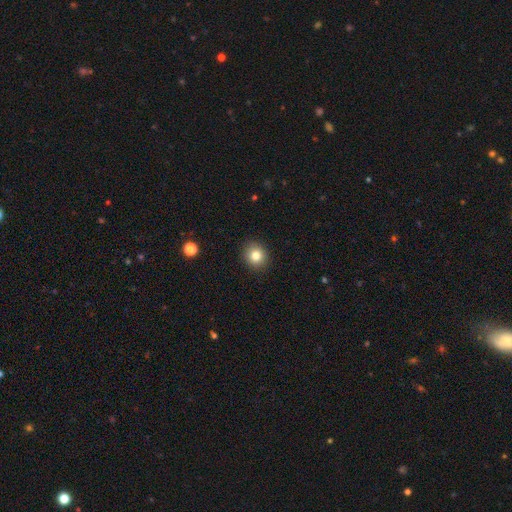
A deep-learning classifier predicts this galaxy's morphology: Smooth or featured: smooth — 82% (star or artifact — 11%)
How rounded: round — 86% (in between — 13%)
Merging: none — 91% (minor disturbance — 6%)